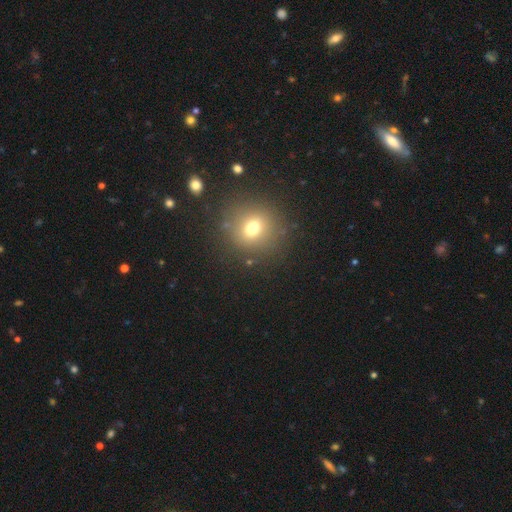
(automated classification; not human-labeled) The model was most divided on "smooth or featured": smooth: 56%, star or artifact: 32%, featured or disk: 12%. More confident: merging — none (89%); how rounded — round (88%).